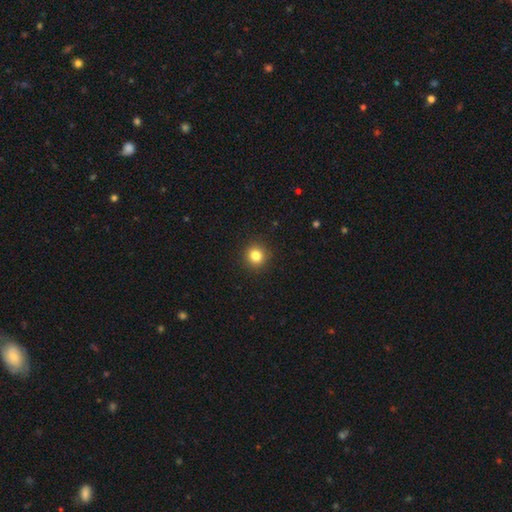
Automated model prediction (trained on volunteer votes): Morphology: type=smooth (83%); roundness=round (91%); merging=none (92%).